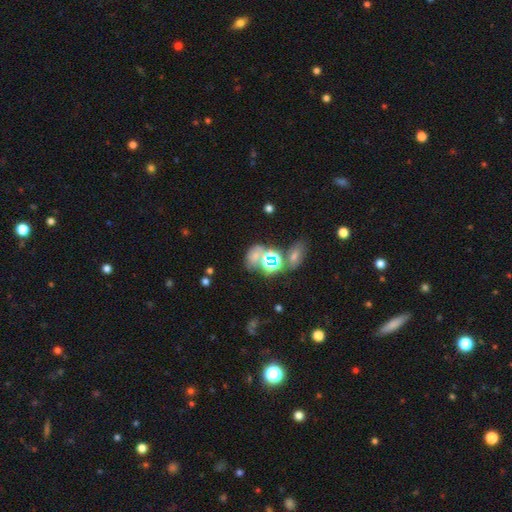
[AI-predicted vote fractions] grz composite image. It shows a smooth galaxy with no disk features (44%). Merging: none (43%).